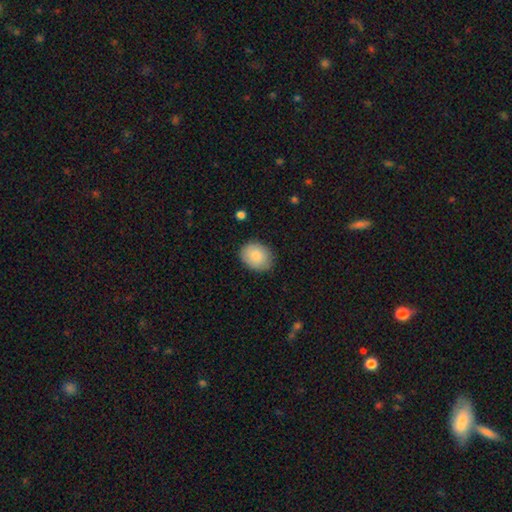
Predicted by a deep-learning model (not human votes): Smooth or featured? Predicted: smooth (p=0.85). How rounded? Predicted: in between (p=0.60). Merging? Predicted: none (p=0.82).